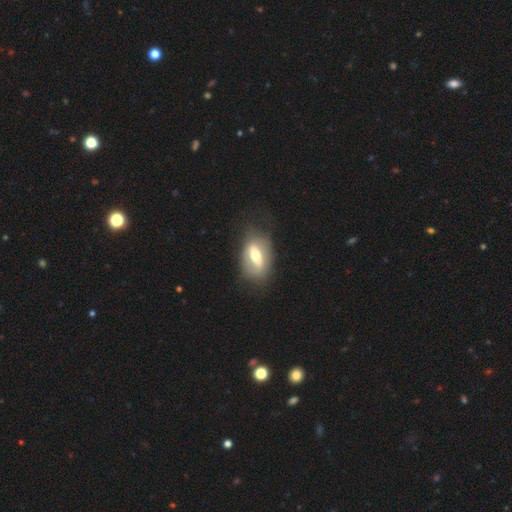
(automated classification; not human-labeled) This is possibly a featured or disk galaxy (57%). It is likely not viewed edge-on (77%). Merging: likely none (70%).